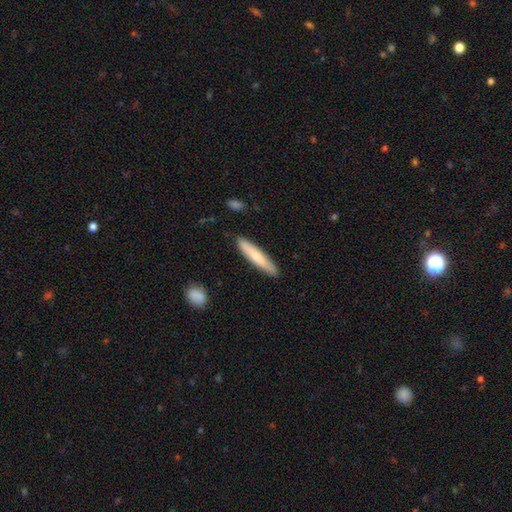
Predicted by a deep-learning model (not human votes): smooth 71%, featured or disk 24%, star or artifact 5%. Down the decision tree: how rounded — cigar-shaped (89%); merging — none (89%).